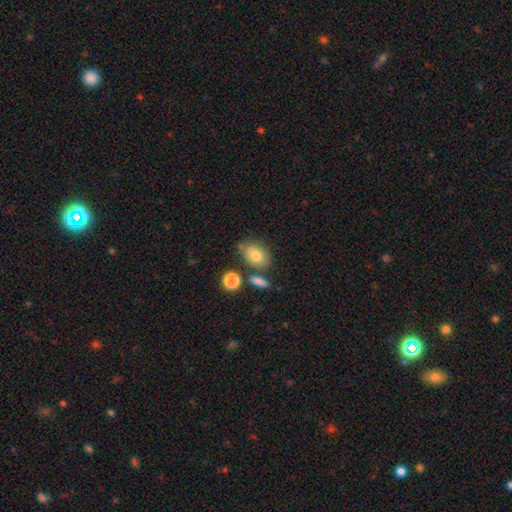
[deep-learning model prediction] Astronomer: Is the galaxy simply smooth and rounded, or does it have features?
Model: smooth — 79%.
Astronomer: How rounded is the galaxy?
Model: in between — 76%.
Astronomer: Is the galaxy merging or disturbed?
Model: none — 65%.